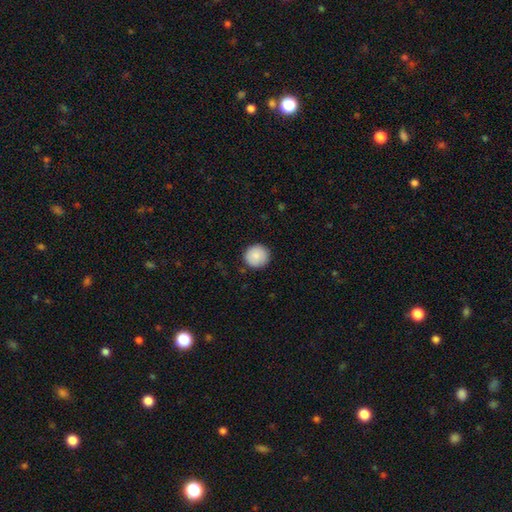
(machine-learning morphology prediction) smooth-or-featured: smooth: 88% | star or artifact: 7% | featured or disk: 5%
  how-rounded: round: 95% | in between: 4% | cigar-shaped: 1%
  merging: none: 90% | minor disturbance: 7% | major disturbance: 2% | merger: 1%